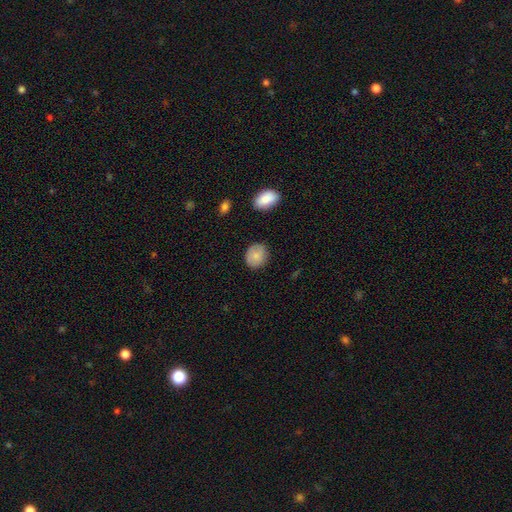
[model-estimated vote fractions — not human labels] Smooth or featured? Predicted: smooth (p=0.83). How rounded? Predicted: round (p=0.72). Merging? Predicted: none (p=0.84).